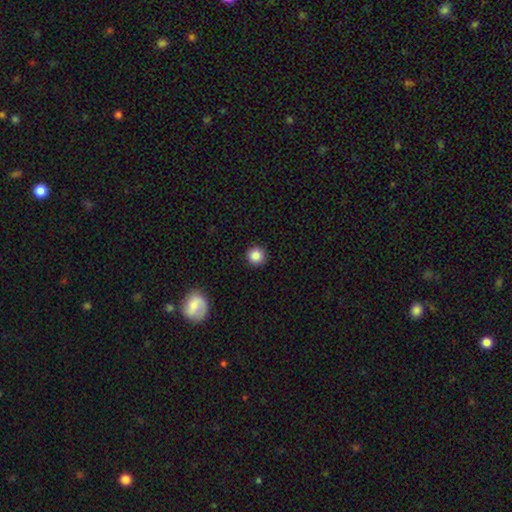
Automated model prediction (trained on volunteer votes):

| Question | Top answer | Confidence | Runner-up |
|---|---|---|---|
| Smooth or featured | smooth | 86% | star or artifact (10%) |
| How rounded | round | 95% | in between (4%) |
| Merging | none | 93% | minor disturbance (5%) |